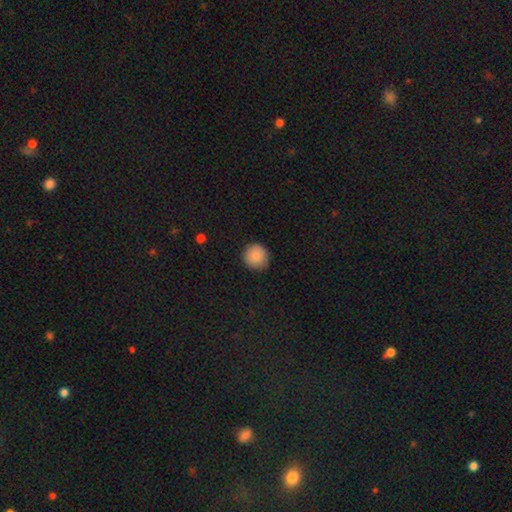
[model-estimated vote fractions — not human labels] Smooth or featured: smooth — 88% (star or artifact — 8%)
How rounded: round — 94% (in between — 5%)
Merging: none — 88% (minor disturbance — 9%)